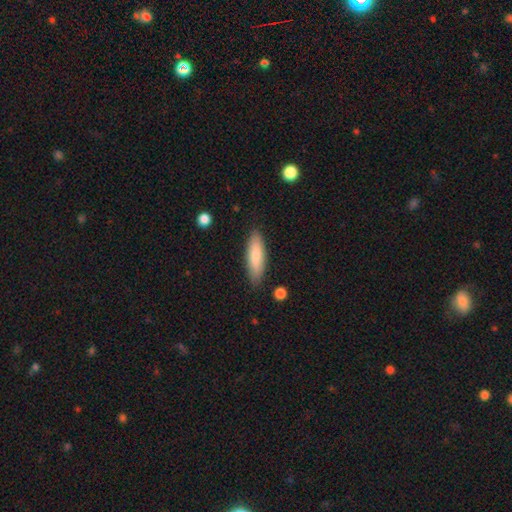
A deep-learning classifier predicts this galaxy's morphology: The model was most divided on "how rounded": cigar-shaped: 58%, in between: 40%, round: 2%. More confident: merging — none (85%); smooth or featured — smooth (79%).